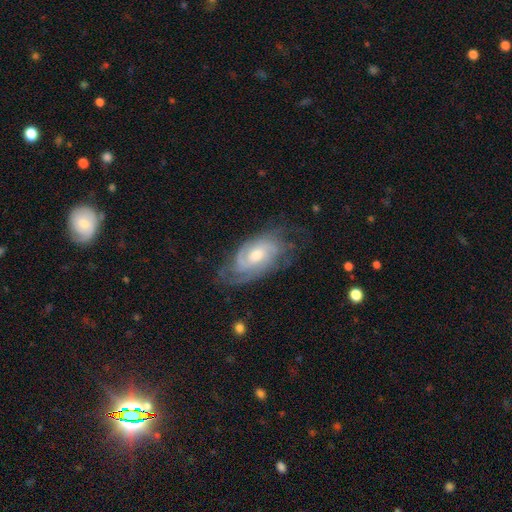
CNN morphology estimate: smooth-or-featured: featured or disk: 85% | smooth: 10% | star or artifact: 5%
  disk-edge-on: no: 95% | yes: 5%
    bar: no: 59% | weak: 35% | strong: 7%
    has-spiral-arms: yes: 96% | no: 4%
      spiral-winding: tight: 61% | medium: 31% | loose: 8%
      spiral-arm-count: 2: 34% | can't tell: 30% | 3: 20% | 4: 6% | 1: 5% | more than 4: 4%
    bulge-size: moderate: 65% | small: 25% | large: 7% | none: 2% | dominant: 1%
  merging: none: 68% | minor disturbance: 22% | major disturbance: 9% | merger: 1%